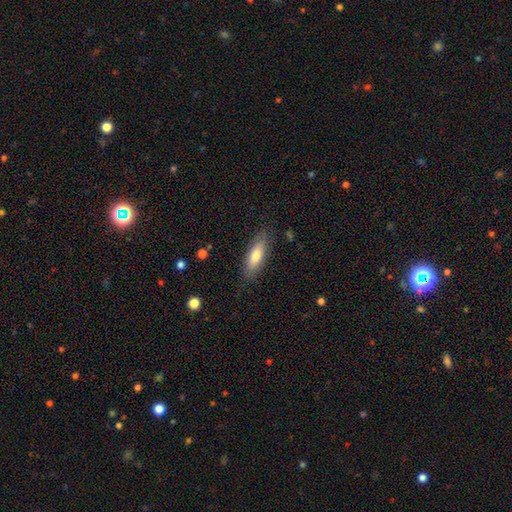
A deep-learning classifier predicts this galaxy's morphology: This is likely a smooth galaxy (71%). How rounded: possibly in between (57%). Merging: clearly none (83%).